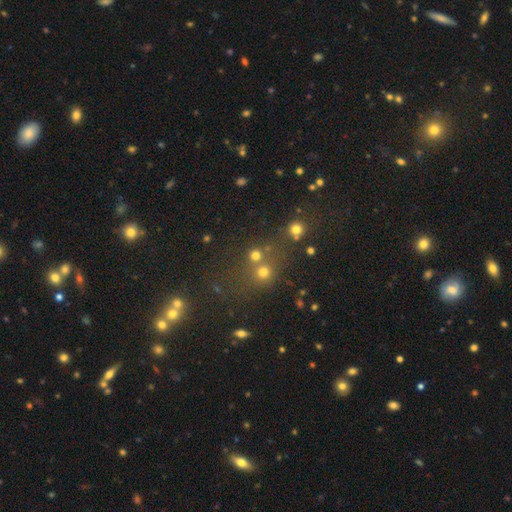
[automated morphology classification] star or artifact 52%, smooth 38%, featured or disk 11%.